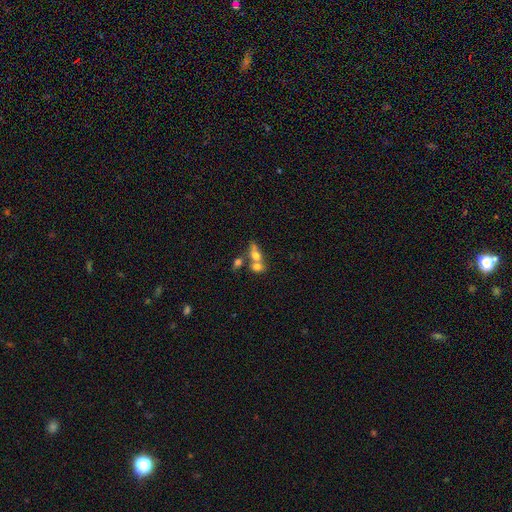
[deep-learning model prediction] This appears to be a smooth galaxy with no disk features (64%) that is in between round and cigar-shaped (60%). Merging: merger (61%).